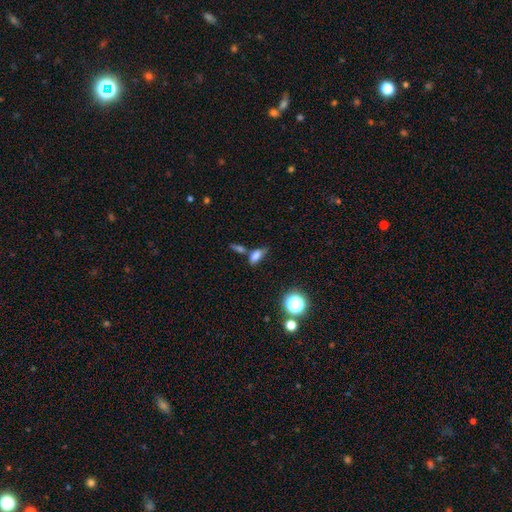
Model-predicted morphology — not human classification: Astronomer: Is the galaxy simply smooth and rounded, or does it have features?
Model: smooth — 73%.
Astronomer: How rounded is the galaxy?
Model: in between — 75%.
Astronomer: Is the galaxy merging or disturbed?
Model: none — 43% (runner-up: merger, 30%).